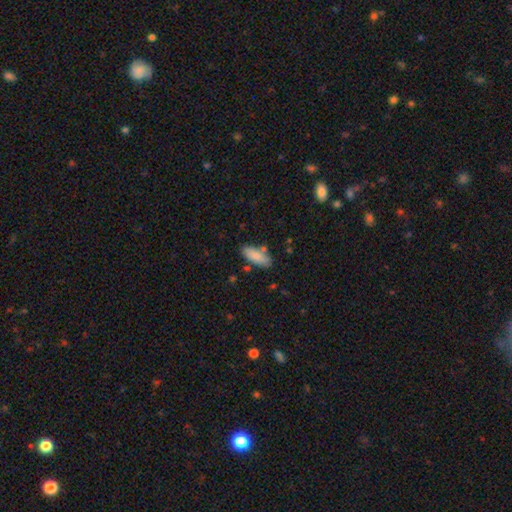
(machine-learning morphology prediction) This is clearly a smooth galaxy (86%). How rounded: likely in between (74%). Merging: likely none (77%).